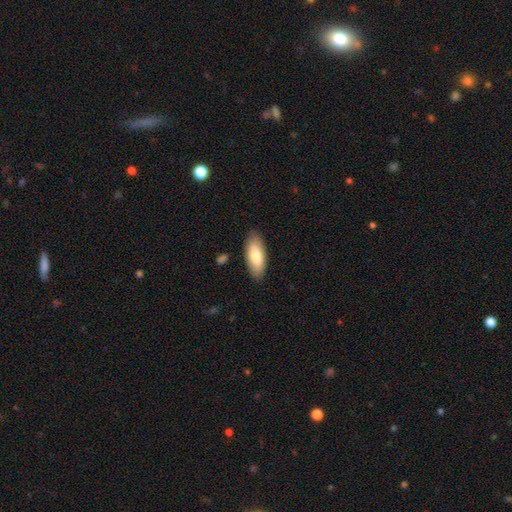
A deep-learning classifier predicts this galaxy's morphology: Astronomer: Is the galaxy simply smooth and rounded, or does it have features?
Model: smooth — 76%.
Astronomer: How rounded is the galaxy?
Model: in between — 77%.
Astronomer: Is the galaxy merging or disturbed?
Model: none — 87%.